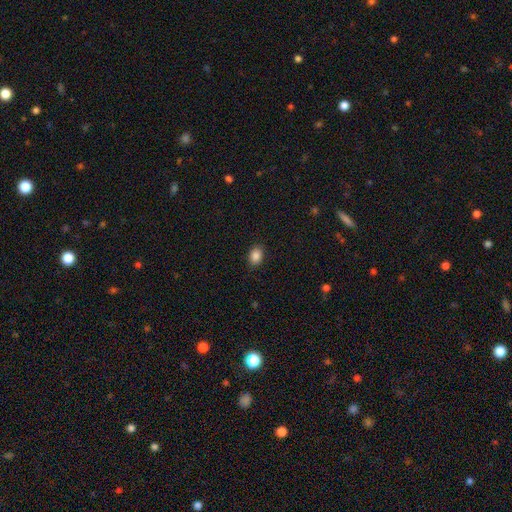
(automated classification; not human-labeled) Overall: smooth (87%). How rounded: in between (71%). Merging: none (88%).